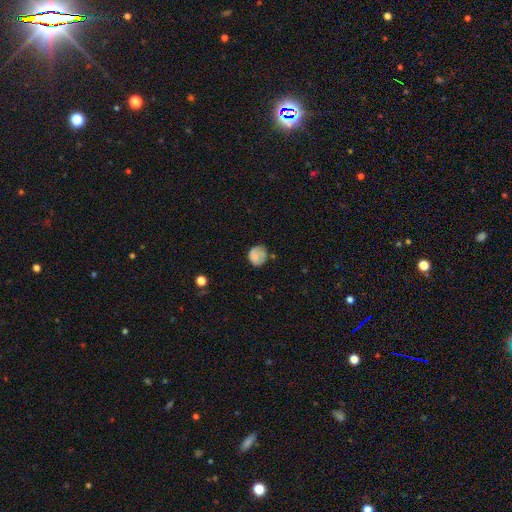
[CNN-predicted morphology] Smooth or featured? smooth (70%)
How rounded? round (74%)
Merging? none (58%)